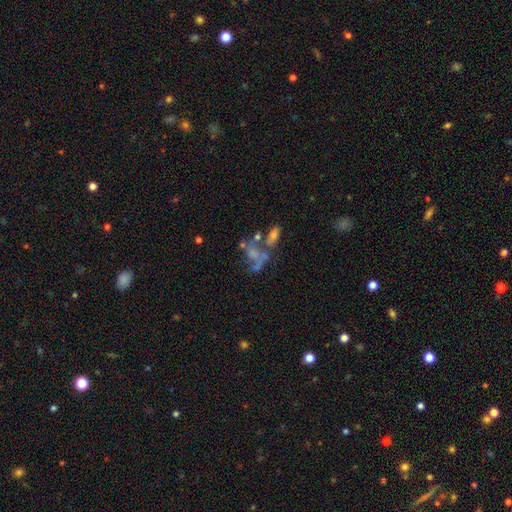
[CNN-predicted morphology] Smooth or featured? Predicted: featured or disk (p=0.50). Merging? Predicted: merger (p=0.35).